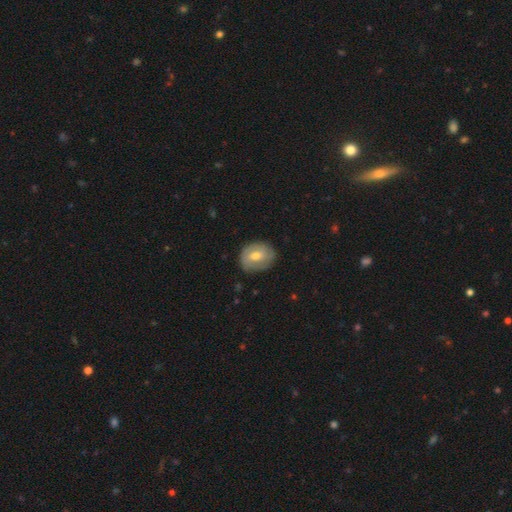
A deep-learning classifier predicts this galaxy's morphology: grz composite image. It shows a smooth galaxy with no disk features (48%). Merging: none (77%).